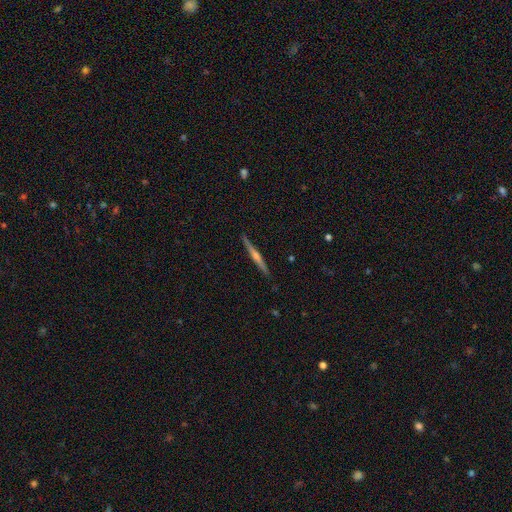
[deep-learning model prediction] This appears to be a featured or disk galaxy (73%) viewed edge-on (98%) with a rounded central bulge (76%). Merging: none (91%).